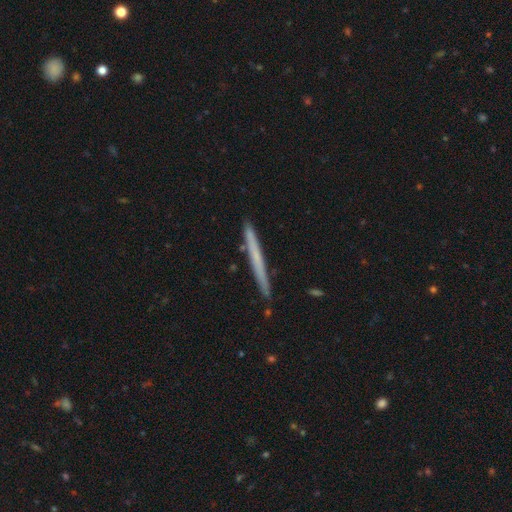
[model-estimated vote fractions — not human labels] smooth_or_featured: smooth (p=0.49) [alt: featured or disk p=0.44]
merging: none (p=0.88) [alt: minor disturbance p=0.09]